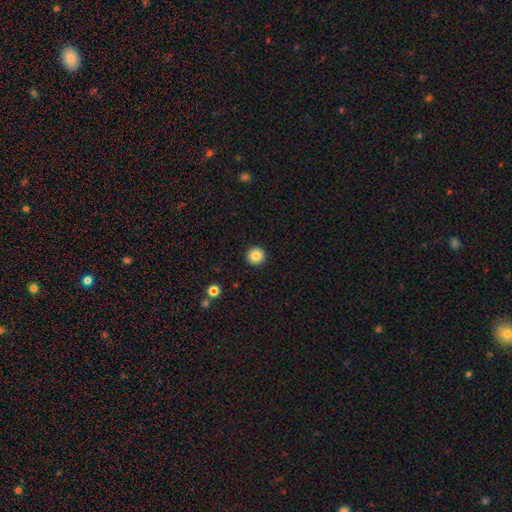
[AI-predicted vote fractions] Smooth or featured? smooth (84%)
How rounded? round (96%)
Merging? none (93%)